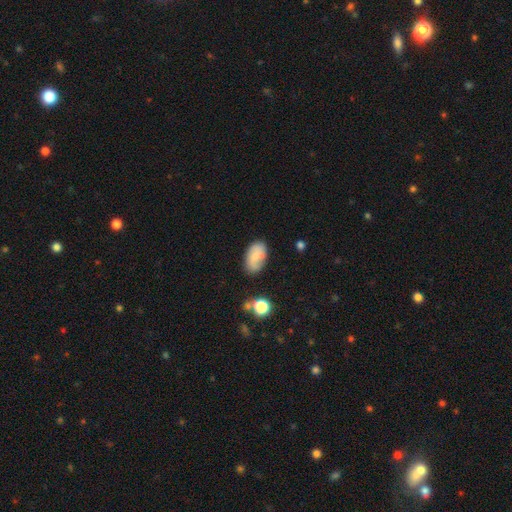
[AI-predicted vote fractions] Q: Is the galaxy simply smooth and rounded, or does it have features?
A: smooth — 67%.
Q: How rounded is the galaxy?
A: in between — 92%.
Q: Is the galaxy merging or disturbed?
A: none — 63%.